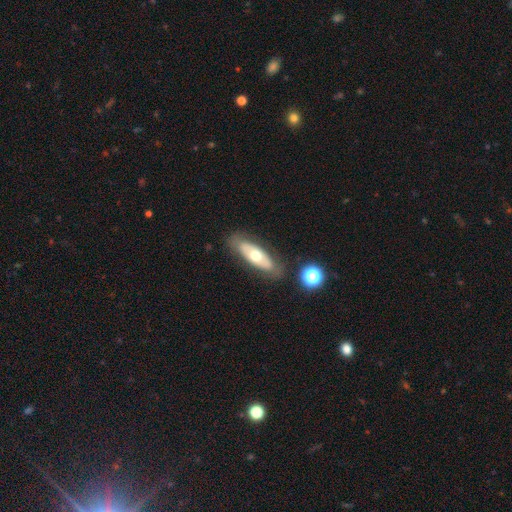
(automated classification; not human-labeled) Smooth or featured? Predicted: smooth (p=0.48). Merging? Predicted: none (p=0.79).